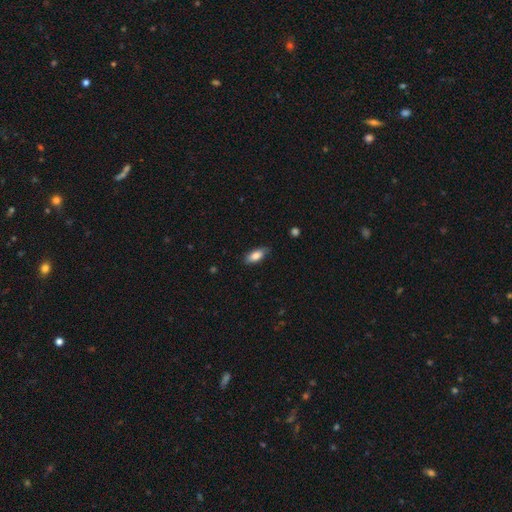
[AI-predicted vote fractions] Smooth or featured? Predicted: smooth (p=0.84). How rounded? Predicted: in between (p=0.86). Merging? Predicted: none (p=0.78).